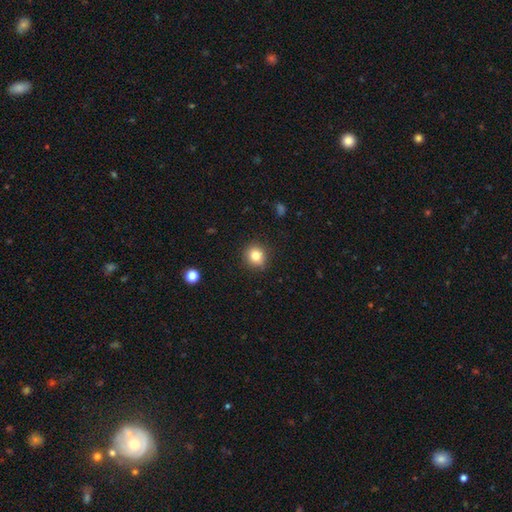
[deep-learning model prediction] Smooth or featured: smooth — 82% (star or artifact — 11%)
How rounded: round — 87% (in between — 12%)
Merging: none — 90% (minor disturbance — 7%)